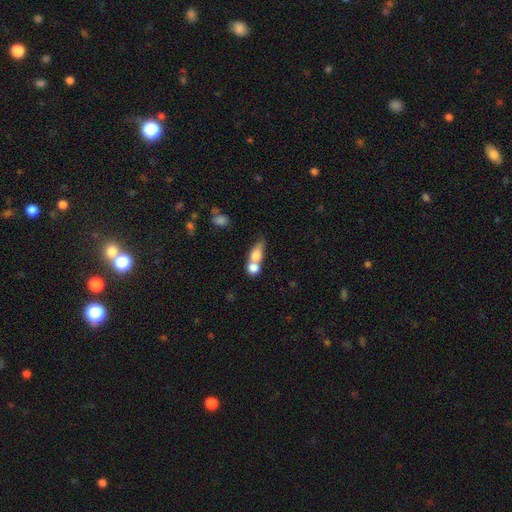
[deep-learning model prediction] Morphology: type=smooth (72%); roundness=in between (53%); merging=merger (65%).